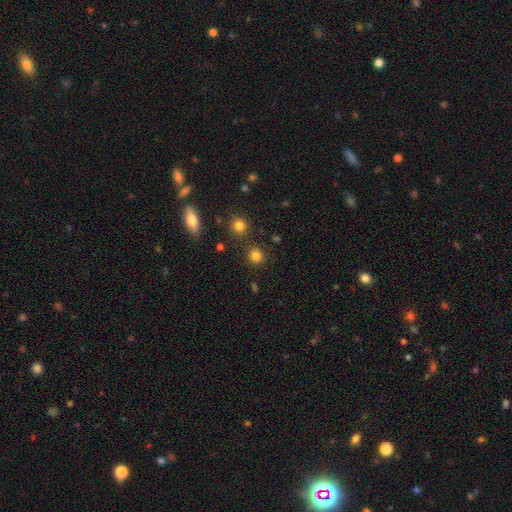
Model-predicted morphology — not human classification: The model was most divided on "smooth or featured": smooth: 82%, star or artifact: 14%, featured or disk: 4%. More confident: how rounded — round (90%); merging — none (87%).